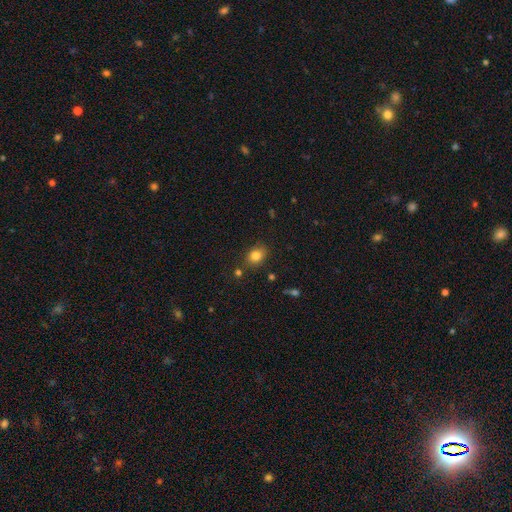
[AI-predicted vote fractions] Smooth or featured? Predicted: smooth (p=0.81). How rounded? Predicted: in between (p=0.60). Merging? Predicted: none (p=0.80).